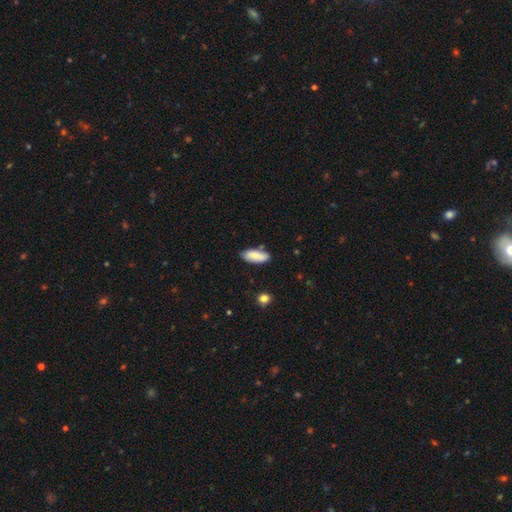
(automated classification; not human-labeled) smooth-or-featured: smooth: 81% | featured or disk: 13% | star or artifact: 6%
  how-rounded: in between: 80% | cigar-shaped: 18% | round: 2%
  merging: none: 80% | minor disturbance: 15% | merger: 3% | major disturbance: 2%